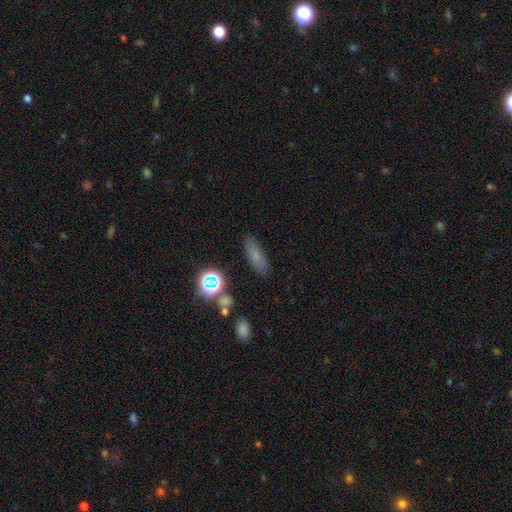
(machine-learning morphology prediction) Overall: smooth (66%). How rounded: in between (67%). Merging: none (83%).